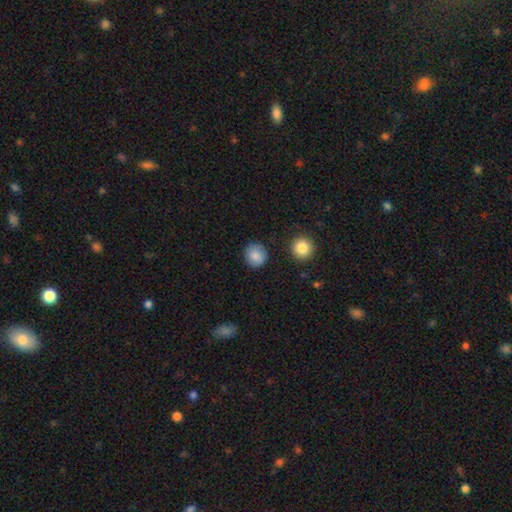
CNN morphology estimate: smooth 86%, star or artifact 8%, featured or disk 6%. Down the decision tree: how rounded — round (88%); merging — none (86%).